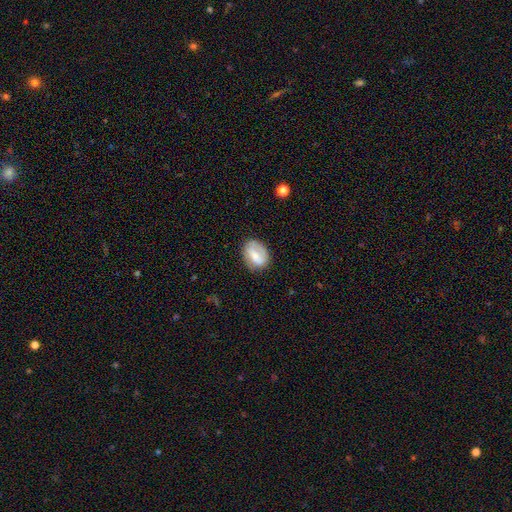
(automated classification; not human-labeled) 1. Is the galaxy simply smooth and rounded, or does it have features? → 54% smooth, 39% featured or disk, 7% star or artifact.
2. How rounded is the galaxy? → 69% in between, 29% round, 2% cigar-shaped.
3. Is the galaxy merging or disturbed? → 70% none, 20% minor disturbance, 8% major disturbance, 2% merger.